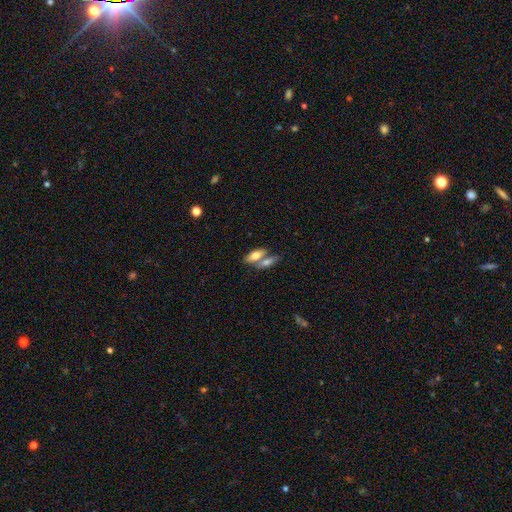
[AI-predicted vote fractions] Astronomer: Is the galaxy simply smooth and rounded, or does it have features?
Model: smooth — 69%.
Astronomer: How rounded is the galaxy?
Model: in between — 77%.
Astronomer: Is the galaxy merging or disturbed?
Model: merger — 52% (runner-up: none, 35%).